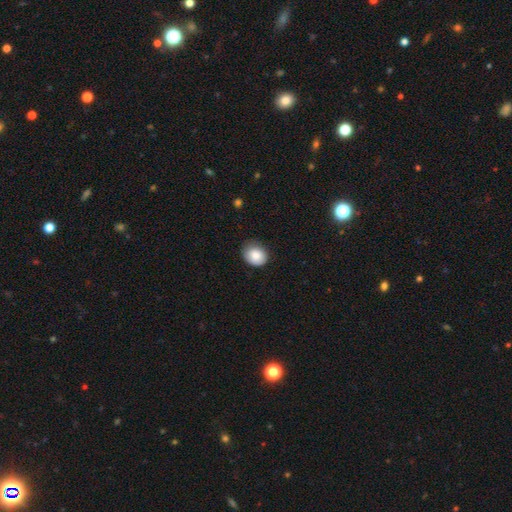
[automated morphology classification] A smooth galaxy with no disk features (84%) that is round (55%).

Vote fractions:
- Smooth or featured? smooth: 84% / featured or disk: 8% / star or artifact: 8%
- How rounded? round: 55% / in between: 44% / cigar-shaped: 1%
- Merging? none: 71% / minor disturbance: 24% / major disturbance: 5% / merger: 1%